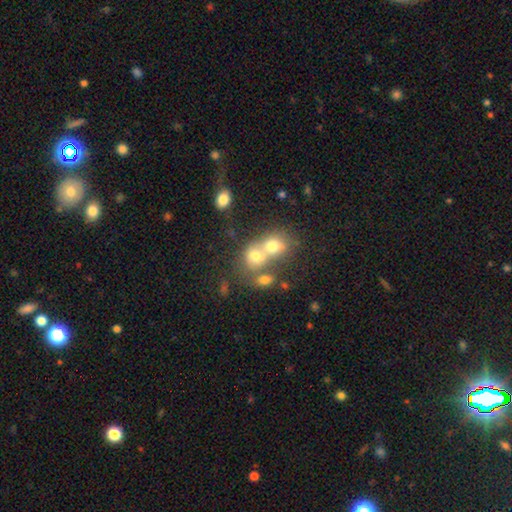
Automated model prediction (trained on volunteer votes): A smooth galaxy with no disk features (67%) that is round (61%).

Vote fractions:
- Smooth or featured? smooth: 67% / featured or disk: 19% / star or artifact: 14%
- How rounded? round: 61% / in between: 38% / cigar-shaped: 1%
- Merging? merger: 63% / none: 25% / minor disturbance: 7% / major disturbance: 5%